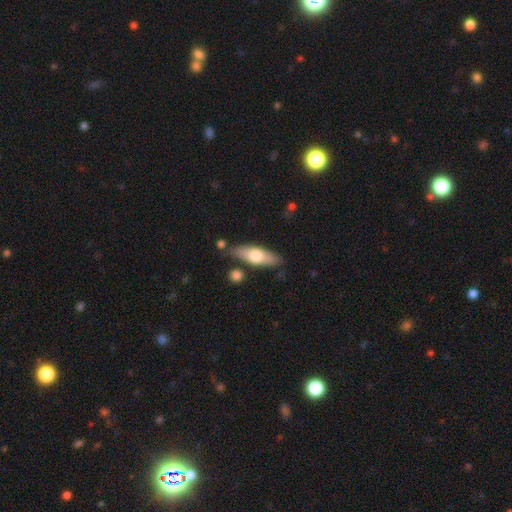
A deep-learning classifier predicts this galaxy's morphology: Overall: smooth (59%; featured or disk 36%). How rounded: in between (51%; cigar-shaped 47%). Merging: none (78%).